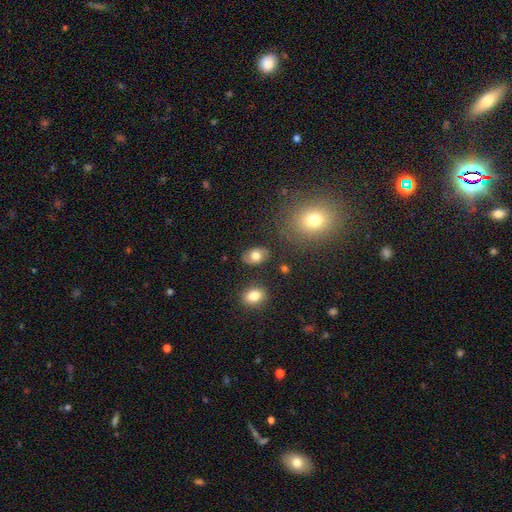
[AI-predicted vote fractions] The model was most divided on "smooth or featured": smooth: 69%, featured or disk: 22%, star or artifact: 9%. More confident: merging — none (81%); how rounded — in between (80%).